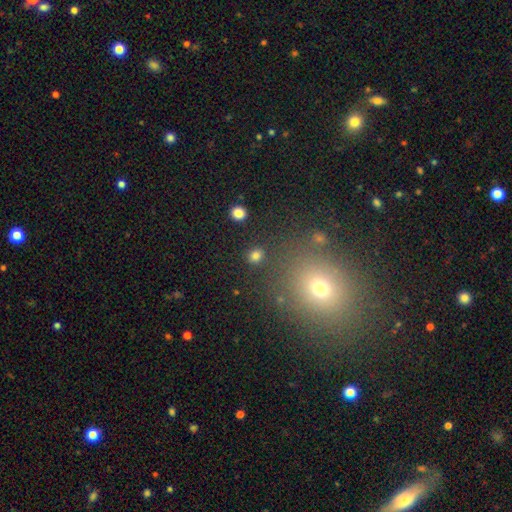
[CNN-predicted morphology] A smooth galaxy with no disk features (80%) that is round (77%).

Vote fractions:
- Smooth or featured? smooth: 80% / star or artifact: 14% / featured or disk: 5%
- How rounded? round: 77% / in between: 22% / cigar-shaped: 1%
- Merging? none: 87% / minor disturbance: 7% / merger: 3% / major disturbance: 3%